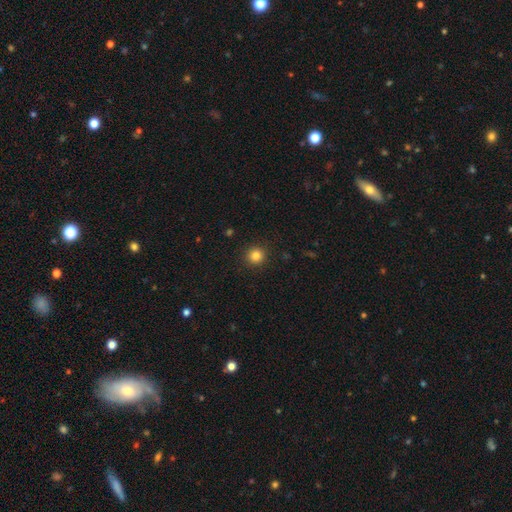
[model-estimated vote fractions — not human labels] A smooth galaxy with no disk features (83%) that is round (94%).

Vote fractions:
- Smooth or featured? smooth: 83% / star or artifact: 12% / featured or disk: 5%
- How rounded? round: 94% / in between: 5% / cigar-shaped: 1%
- Merging? none: 92% / minor disturbance: 5% / major disturbance: 2% / merger: 1%